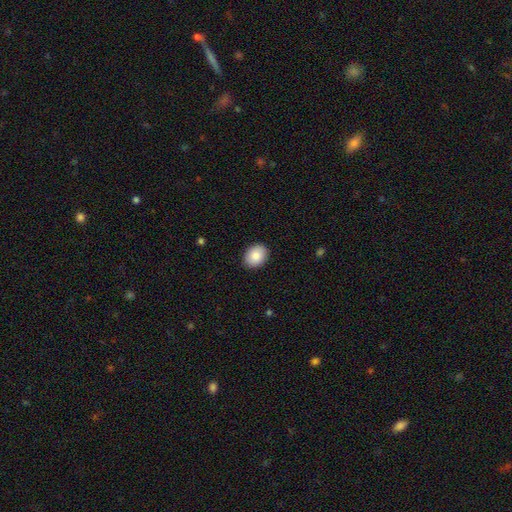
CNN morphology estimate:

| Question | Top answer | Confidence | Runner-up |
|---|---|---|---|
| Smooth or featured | smooth | 88% | star or artifact (7%) |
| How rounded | in between | 65% | round (34%) |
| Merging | none | 90% | minor disturbance (7%) |